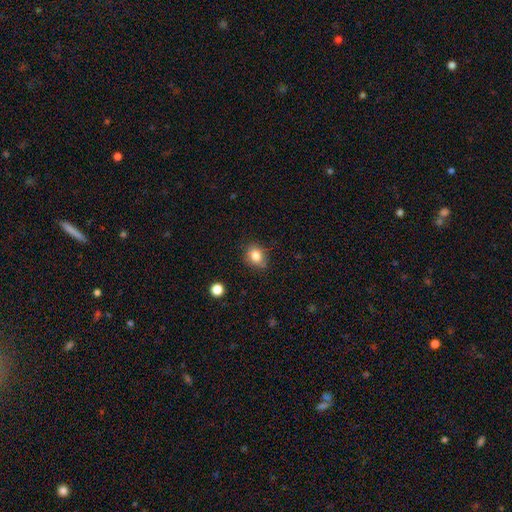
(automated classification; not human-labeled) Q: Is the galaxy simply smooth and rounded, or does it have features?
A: smooth — 82%.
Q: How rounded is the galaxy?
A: in between — 50%.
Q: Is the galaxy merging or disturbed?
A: none — 73%.